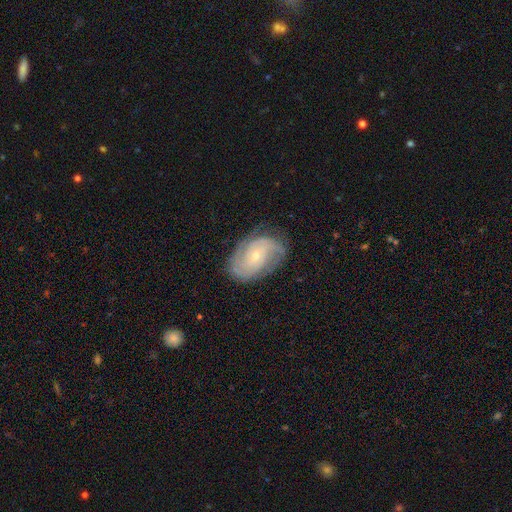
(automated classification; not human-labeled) Morphology: type=featured or disk (83%); edge-on=no (97%); bar=no (71%); spiral arms=yes (95%); winding=tight (59%); arm count=2 (35%); bulge=small (75%); merging=none (75%).